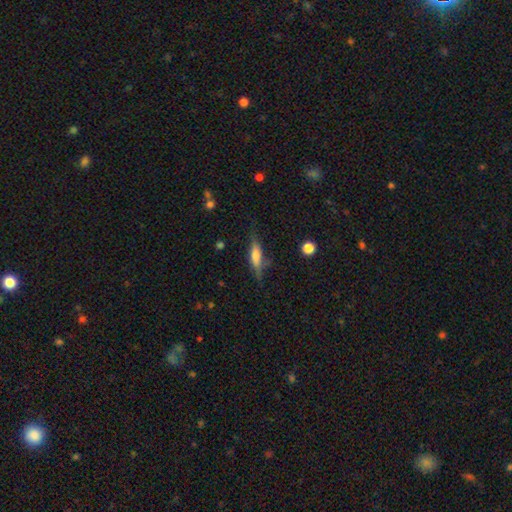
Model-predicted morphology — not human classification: Overall: smooth (51%; featured or disk 41%). How rounded: cigar-shaped (60%; in between 37%). Merging: none (59%; minor disturbance 27%).